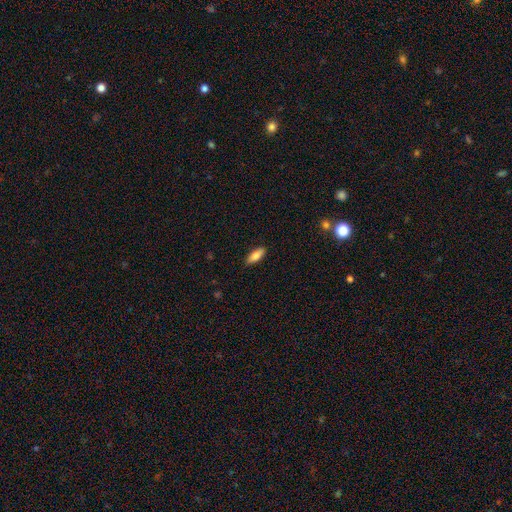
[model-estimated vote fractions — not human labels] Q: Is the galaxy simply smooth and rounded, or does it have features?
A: smooth — 80%.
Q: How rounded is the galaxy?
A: in between — 73%.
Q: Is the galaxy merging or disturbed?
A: none — 89%.